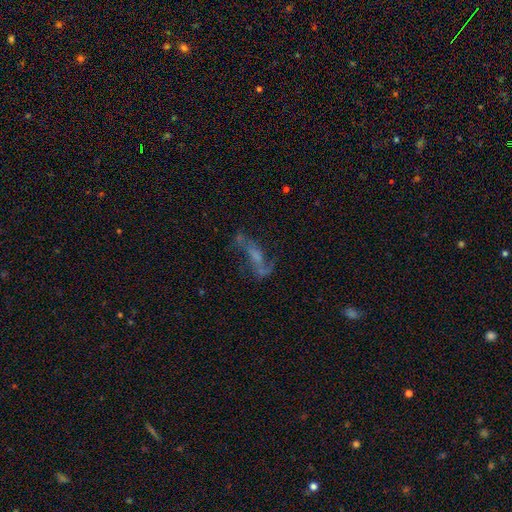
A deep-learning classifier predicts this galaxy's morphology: type=featured or disk (64%); edge-on=no (88%); bar=no (50%); spiral arms=yes (66%); bulge=none (48%); merging=none (44%).